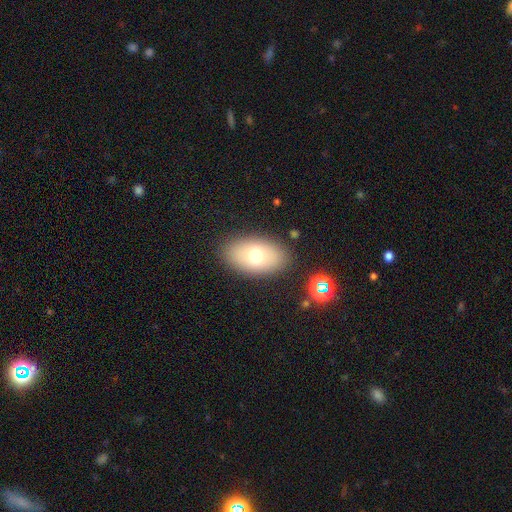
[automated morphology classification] type=smooth (70%); roundness=in between (90%); merging=none (85%).